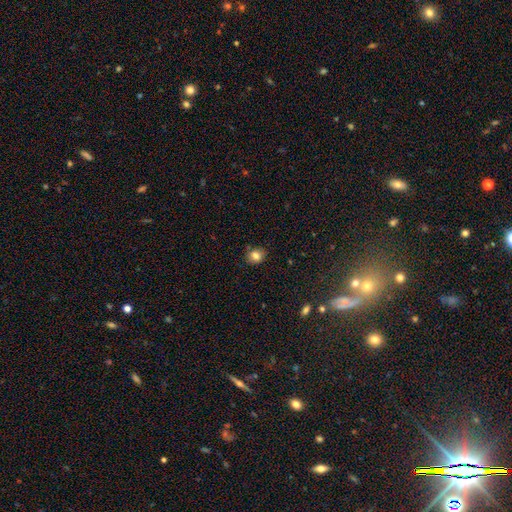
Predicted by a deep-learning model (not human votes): Q: Smooth or featured?
A: smooth (82%); runner-up: star or artifact (11%)
Q: How rounded?
A: round (66%); runner-up: in between (33%)
Q: Merging?
A: none (82%); runner-up: minor disturbance (13%)